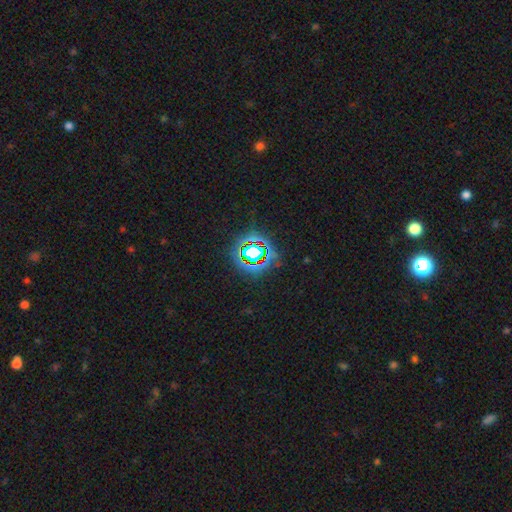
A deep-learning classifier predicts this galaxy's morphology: smooth-or-featured: star or artifact: 72% | smooth: 18% | featured or disk: 10%